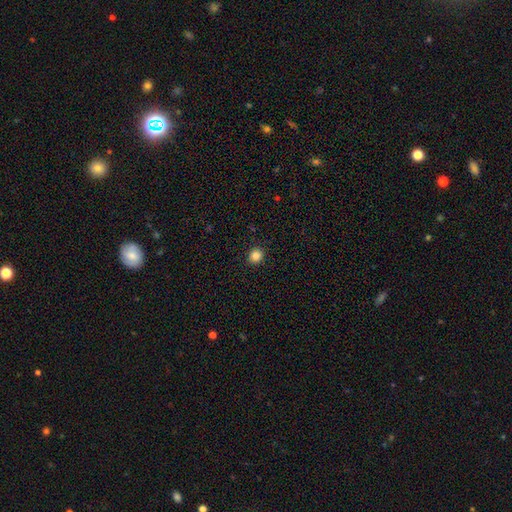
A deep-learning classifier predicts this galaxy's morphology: Smooth or featured?
  - smooth: 85% *
  - star or artifact: 11%
  - featured or disk: 4%
How rounded?
  - round: 83% *
  - in between: 16%
  - cigar-shaped: 1%
Merging?
  - none: 92% *
  - minor disturbance: 6%
  - major disturbance: 2%
  - merger: 1%